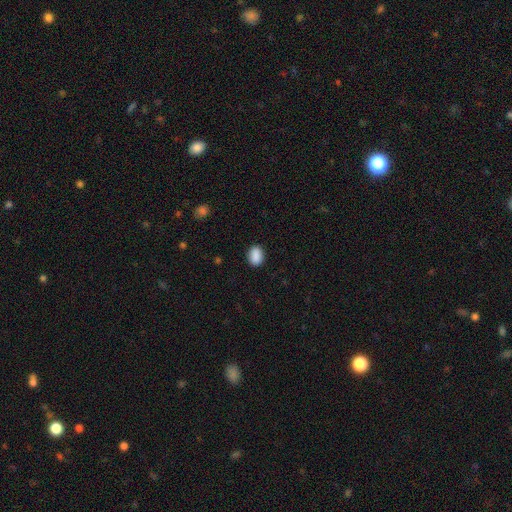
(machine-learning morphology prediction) Smooth or featured? Predicted: smooth (p=0.89). How rounded? Predicted: in between (p=0.73). Merging? Predicted: none (p=0.89).